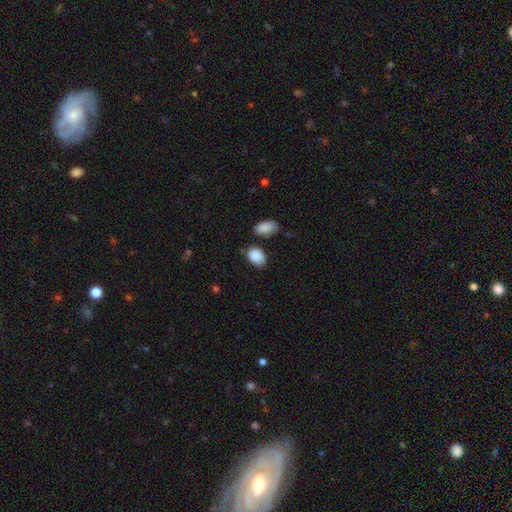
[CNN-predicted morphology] Q: Smooth or featured?
A: smooth (89%); runner-up: star or artifact (7%)
Q: How rounded?
A: in between (84%); runner-up: round (14%)
Q: Merging?
A: none (67%); runner-up: minor disturbance (20%)